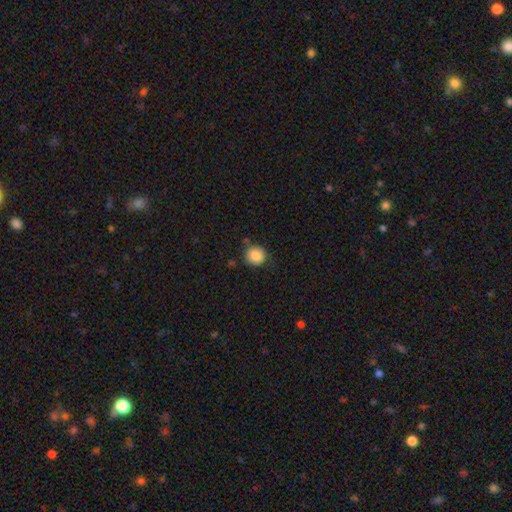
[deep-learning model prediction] This appears to be a smooth galaxy with no disk features (87%) that is round (88%). Merging: none (80%).